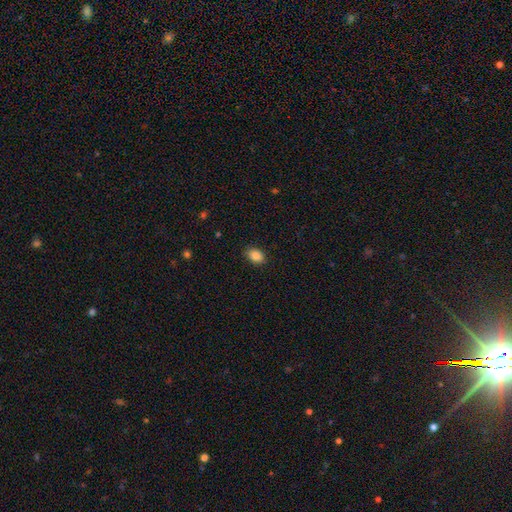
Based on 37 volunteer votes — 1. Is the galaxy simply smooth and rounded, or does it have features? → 95% smooth, 3% featured or disk, 3% star or artifact.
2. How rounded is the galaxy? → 91% in between, 9% round, 0% cigar-shaped.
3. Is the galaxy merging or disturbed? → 86% none, 8% minor disturbance, 3% major disturbance, 3% merger.